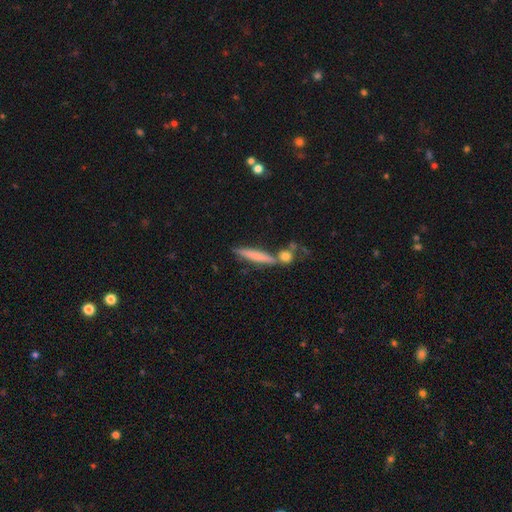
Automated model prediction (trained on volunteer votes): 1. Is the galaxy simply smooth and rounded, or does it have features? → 65% smooth, 28% featured or disk, 7% star or artifact.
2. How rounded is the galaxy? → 89% cigar-shaped, 8% in between, 3% round.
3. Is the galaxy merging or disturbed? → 61% none, 20% merger, 13% minor disturbance, 5% major disturbance.